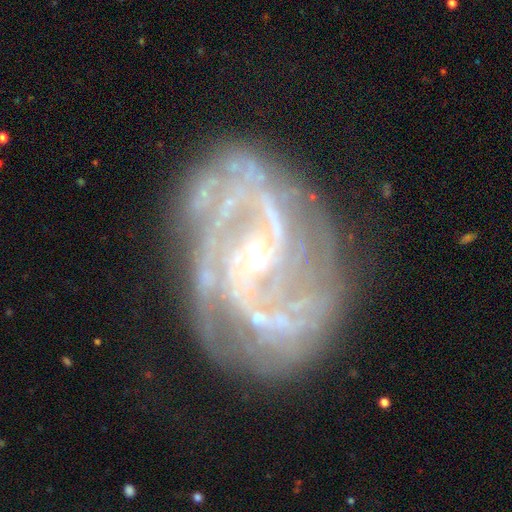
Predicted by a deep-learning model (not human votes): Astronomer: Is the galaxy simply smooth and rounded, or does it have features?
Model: featured or disk — 90%.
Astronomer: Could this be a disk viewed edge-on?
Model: no — 97%.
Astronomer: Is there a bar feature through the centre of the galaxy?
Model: no — 44% (runner-up: weak, 36%).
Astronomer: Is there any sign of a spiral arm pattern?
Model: yes — 97%.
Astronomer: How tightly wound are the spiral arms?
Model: tight — 48% (runner-up: medium, 41%).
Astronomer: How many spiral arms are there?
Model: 2 — 39% (runner-up: 3, 18%).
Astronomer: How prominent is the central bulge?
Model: small — 74%.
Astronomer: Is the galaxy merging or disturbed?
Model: none — 74%.